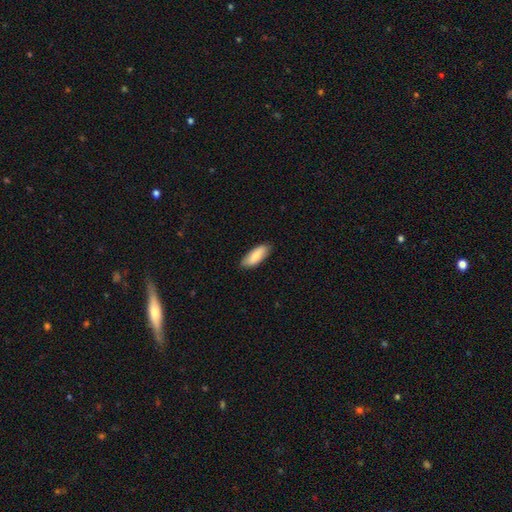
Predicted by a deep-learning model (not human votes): A smooth galaxy with no disk features (84%) that is in between round and cigar-shaped (75%).

Vote fractions:
- Smooth or featured? smooth: 84% / featured or disk: 11% / star or artifact: 5%
- How rounded? in between: 75% / cigar-shaped: 23% / round: 2%
- Merging? none: 85% / minor disturbance: 12% / major disturbance: 2% / merger: 1%